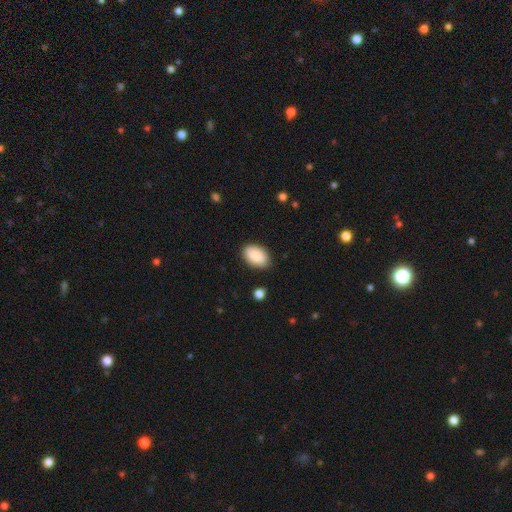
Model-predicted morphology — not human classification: Smooth or featured?
  - smooth: 90% *
  - star or artifact: 6%
  - featured or disk: 4%
How rounded?
  - in between: 92% *
  - round: 7%
  - cigar-shaped: 1%
Merging?
  - none: 85% *
  - minor disturbance: 11%
  - major disturbance: 3%
  - merger: 1%